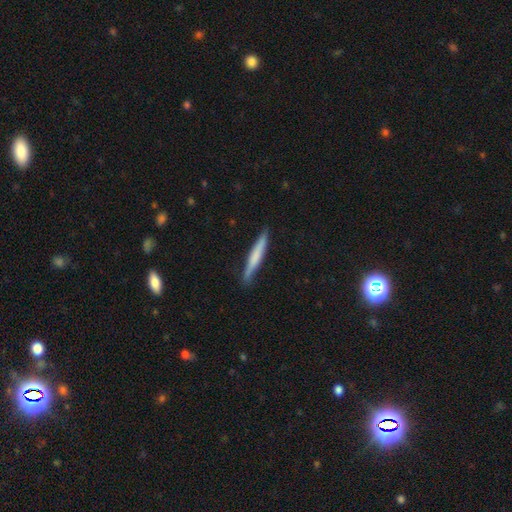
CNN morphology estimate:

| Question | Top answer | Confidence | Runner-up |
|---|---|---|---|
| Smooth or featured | smooth | 60% | featured or disk (35%) |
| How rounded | cigar-shaped | 95% | in between (4%) |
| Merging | none | 84% | minor disturbance (13%) |